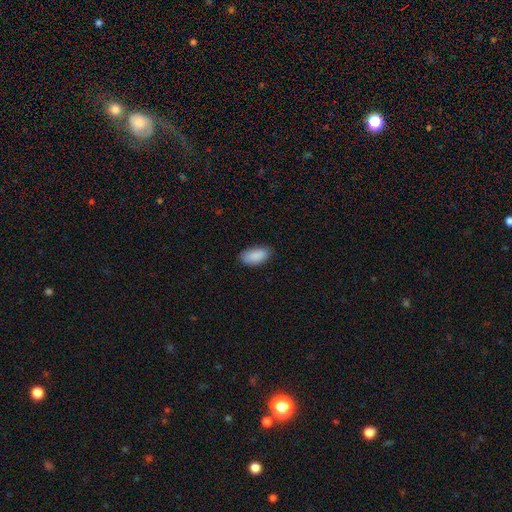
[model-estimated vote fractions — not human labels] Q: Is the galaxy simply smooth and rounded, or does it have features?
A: smooth — 89%.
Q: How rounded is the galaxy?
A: in between — 93%.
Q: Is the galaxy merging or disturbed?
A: none — 82%.